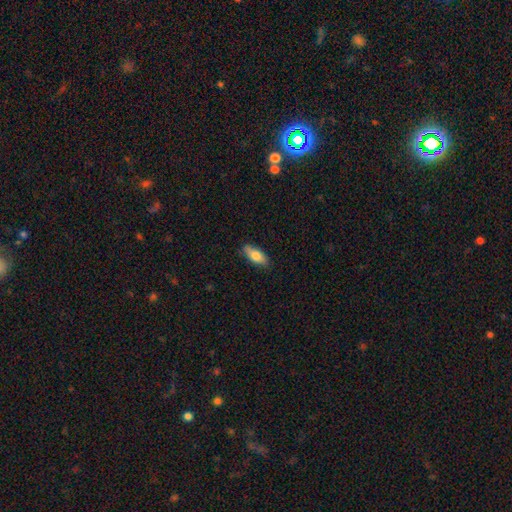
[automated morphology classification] This appears to be a smooth galaxy with no disk features (78%) that is in between round and cigar-shaped (78%). Merging: none (83%).